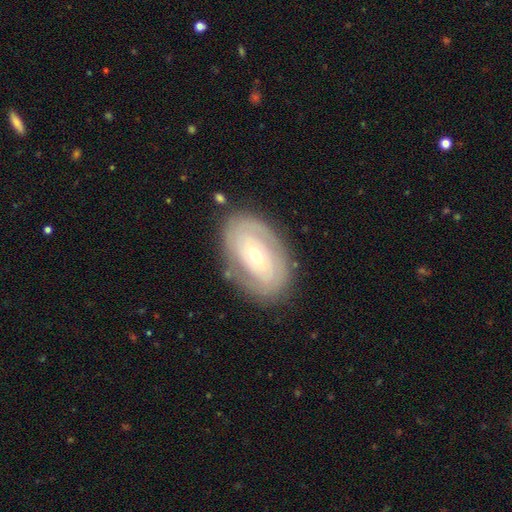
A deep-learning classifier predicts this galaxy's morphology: The model was most divided on "spiral arm count": can't tell: 43%, 2: 35%, 3: 9%, 1: 5%, 4: 4%, more than 4: 3%. More confident: edge-on disk — no (95%); merging — none (80%); spiral arms — yes (76%); spiral winding — tight (76%); smooth or featured — featured or disk (75%); bar — no (71%); bulge size — small (57%).